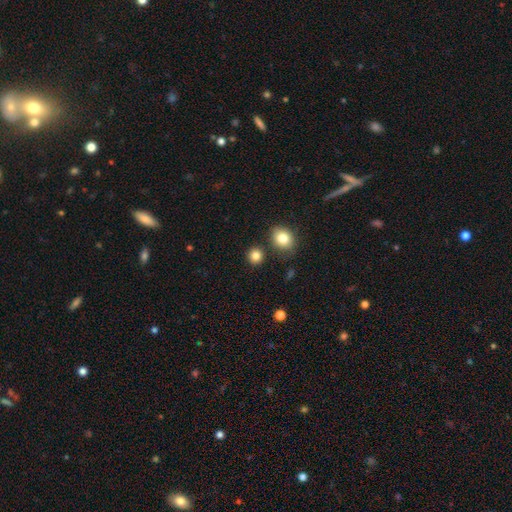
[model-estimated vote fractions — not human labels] Smooth or featured? smooth (84%)
How rounded? round (85%)
Merging? none (84%)